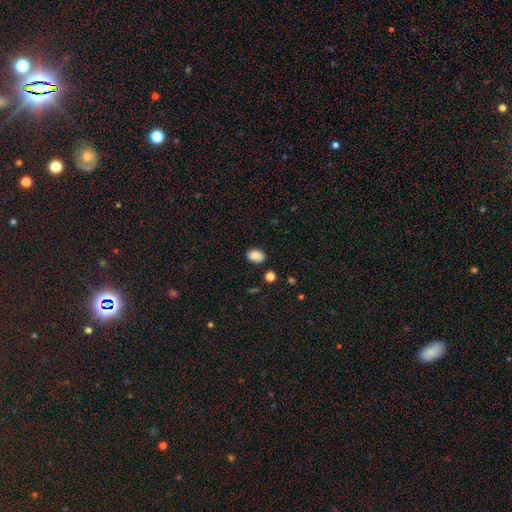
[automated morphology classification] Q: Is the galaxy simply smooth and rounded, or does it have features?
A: smooth — 87%.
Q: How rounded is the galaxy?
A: in between — 77%.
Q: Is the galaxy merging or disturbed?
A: none — 81%.